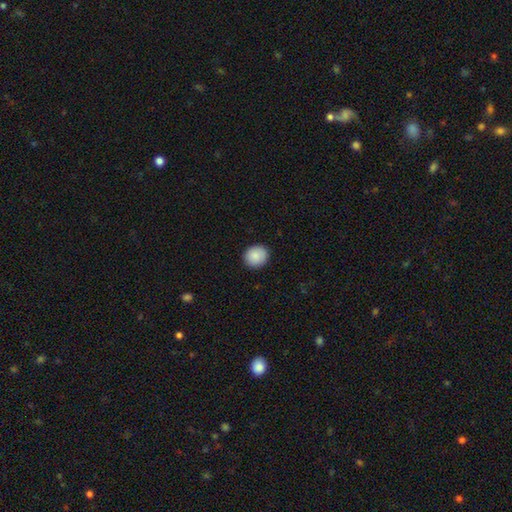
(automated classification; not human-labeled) smooth_or_featured: smooth (p=0.89) [alt: star or artifact p=0.07]
how_rounded: round (p=0.81) [alt: in between p=0.18]
merging: none (p=0.91) [alt: minor disturbance p=0.07]